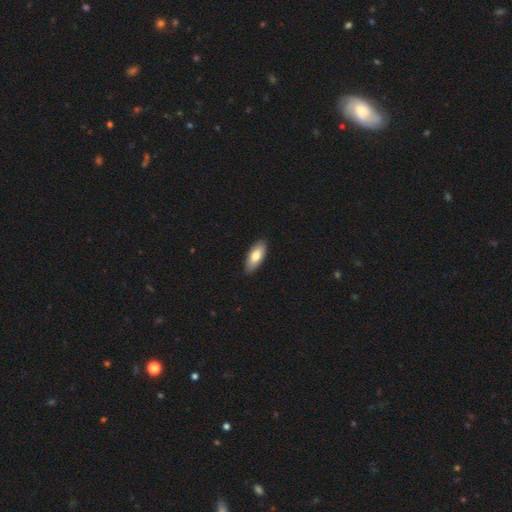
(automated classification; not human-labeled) Smooth or featured? Predicted: smooth (p=0.76). How rounded? Predicted: in between (p=0.85). Merging? Predicted: none (p=0.86).